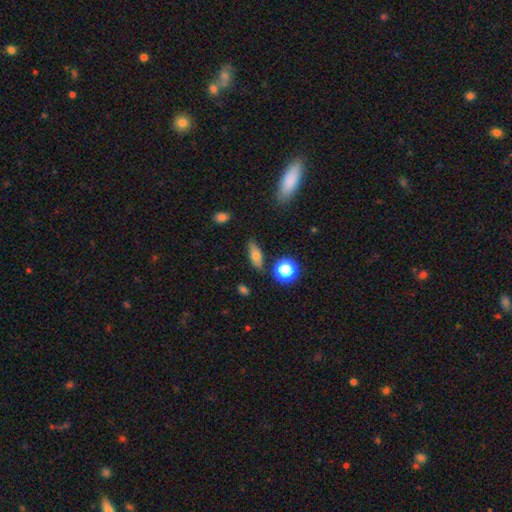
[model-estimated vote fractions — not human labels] Q: Smooth or featured?
A: smooth (68%); runner-up: featured or disk (21%)
Q: How rounded?
A: in between (60%); runner-up: cigar-shaped (31%)
Q: Merging?
A: none (80%); runner-up: minor disturbance (13%)